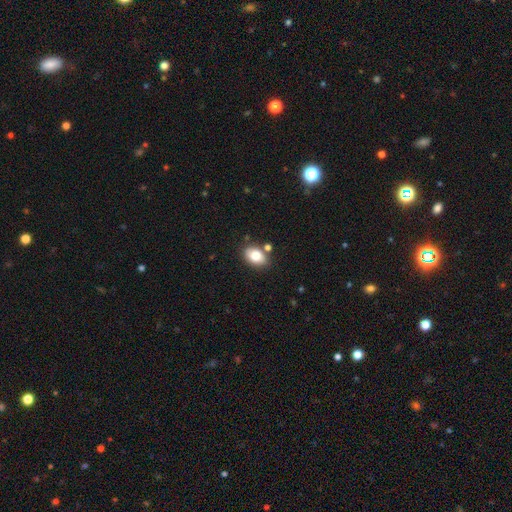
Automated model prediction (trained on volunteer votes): Q: Smooth or featured?
A: smooth (82%); runner-up: featured or disk (10%)
Q: How rounded?
A: in between (84%); runner-up: round (15%)
Q: Merging?
A: none (77%); runner-up: minor disturbance (12%)